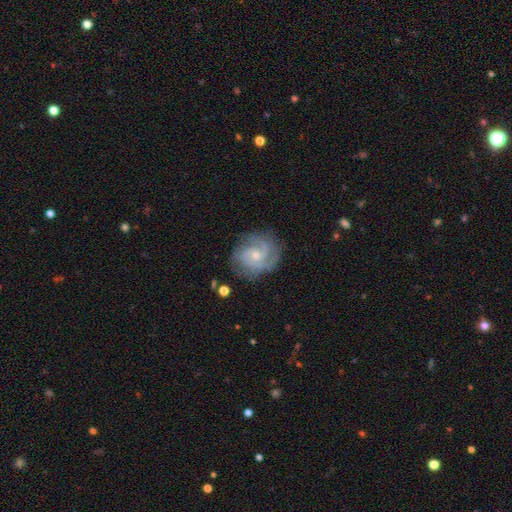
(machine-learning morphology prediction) Smooth or featured: featured or disk — 86% (smooth — 8%)
Edge-on disk: no — 98% (yes — 2%)
Bar: no — 66% (weak — 30%)
Spiral arms: yes — 97% (no — 3%)
Spiral winding: tight — 56% (medium — 37%)
Spiral arm count: 2 — 40% (3 — 30%)
Bulge size: small — 65% (moderate — 31%)
Merging: none — 75% (minor disturbance — 17%)